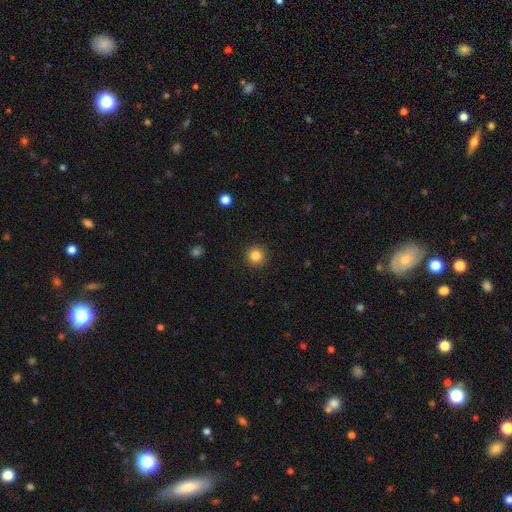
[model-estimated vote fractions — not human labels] Smooth or featured?
  - smooth: 84% *
  - star or artifact: 11%
  - featured or disk: 5%
How rounded?
  - round: 95% *
  - in between: 4%
  - cigar-shaped: 1%
Merging?
  - none: 92% *
  - minor disturbance: 5%
  - major disturbance: 2%
  - merger: 1%